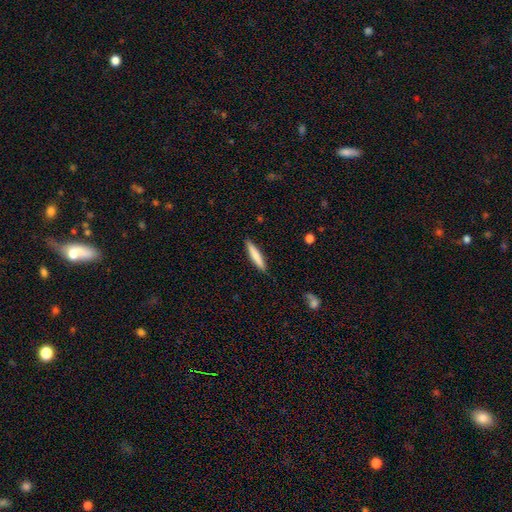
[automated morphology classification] Smooth or featured: smooth — 75% (featured or disk — 20%)
How rounded: cigar-shaped — 90% (in between — 8%)
Merging: none — 89% (minor disturbance — 8%)